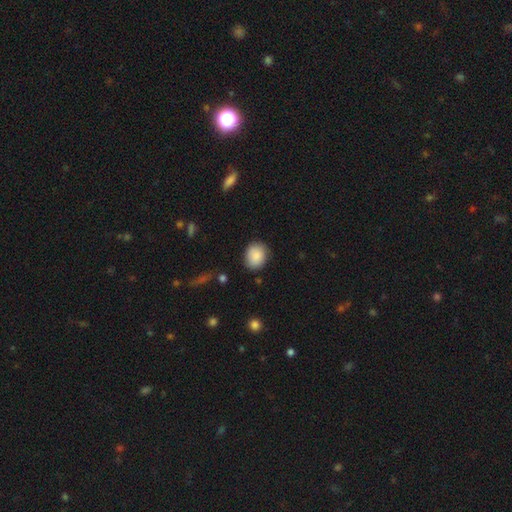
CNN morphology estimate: Smooth or featured? Predicted: smooth (p=0.87). How rounded? Predicted: round (p=0.60). Merging? Predicted: none (p=0.83).